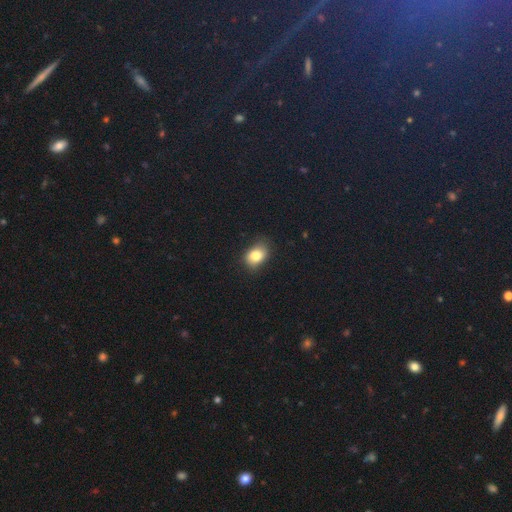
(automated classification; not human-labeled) Smooth or featured: smooth — 81% (star or artifact — 10%)
How rounded: in between — 70% (round — 29%)
Merging: none — 75% (minor disturbance — 20%)